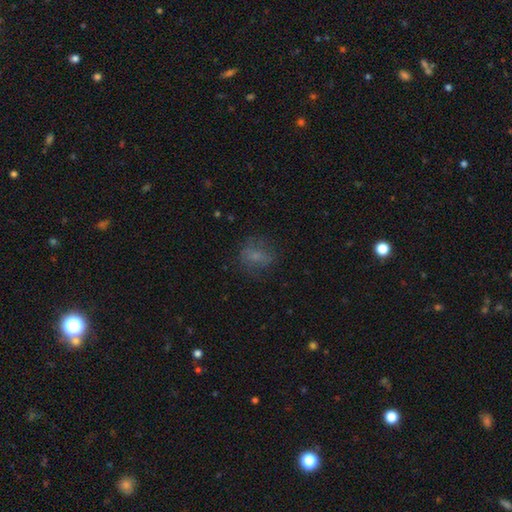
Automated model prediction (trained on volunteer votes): Smooth or featured? smooth (63%)
How rounded? round (58%)
Merging? none (67%)